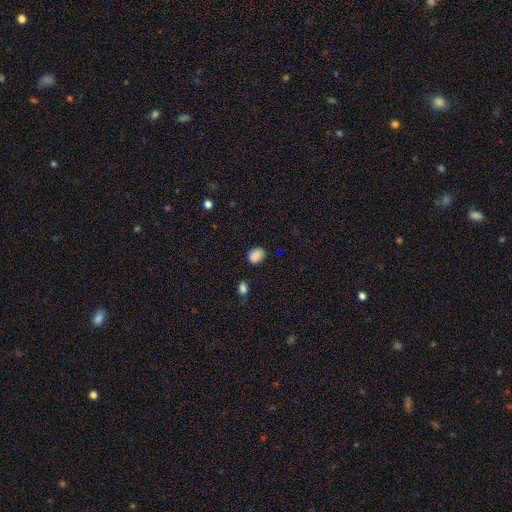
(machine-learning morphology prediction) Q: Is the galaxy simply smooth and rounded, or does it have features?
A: smooth — 86%.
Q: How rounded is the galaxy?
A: in between — 59%.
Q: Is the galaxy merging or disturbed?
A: none — 80%.